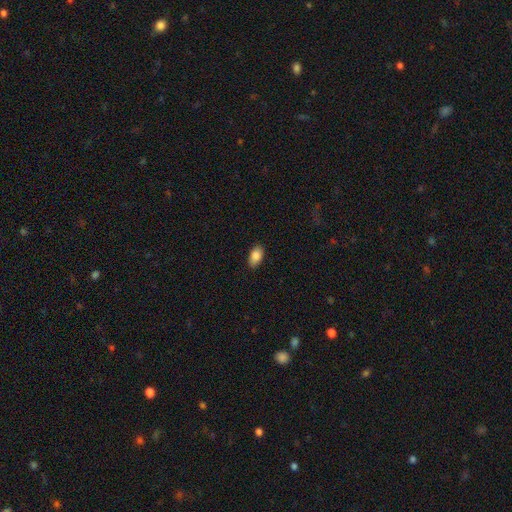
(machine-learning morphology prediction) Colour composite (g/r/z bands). It shows a smooth galaxy with no disk features (87%) that is in between round and cigar-shaped (93%). Merging: none (87%).